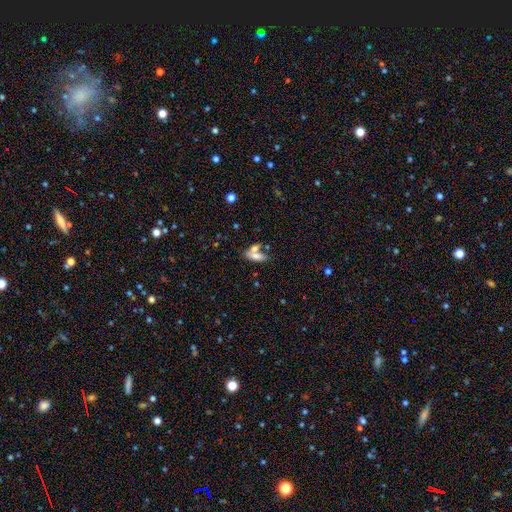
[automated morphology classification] Smooth or featured? Predicted: smooth (p=0.69). How rounded? Predicted: in between (p=0.71). Merging? Predicted: merger (p=0.48).